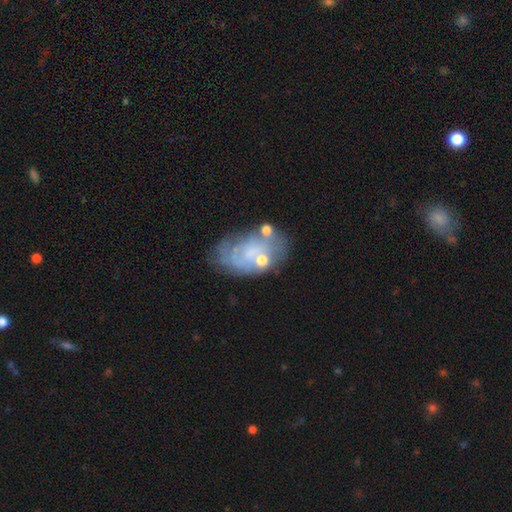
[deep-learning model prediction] Smooth or featured: featured or disk — 55% (smooth — 34%)
Edge-on disk: no — 96% (yes — 4%)
Bar: no — 81% (weak — 16%)
Spiral arms: no — 61% (yes — 39%)
Bulge size: small — 44% (none — 26%)
Merging: none — 44% (minor disturbance — 25%)